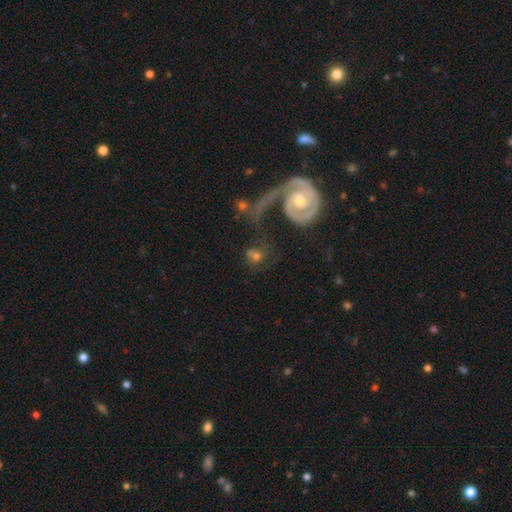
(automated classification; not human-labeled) A featured or disk galaxy (52%).

Vote fractions:
- Smooth or featured? featured or disk: 52% / smooth: 37% / star or artifact: 11%
- Edge-on disk? no: 96% / yes: 4%
- Merging? none: 46% / merger: 21% / major disturbance: 17% / minor disturbance: 15%